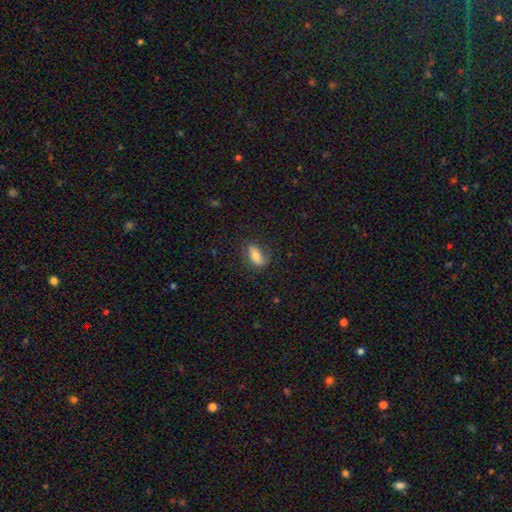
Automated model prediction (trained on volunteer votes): Smooth or featured? smooth (66%)
How rounded? in between (85%)
Merging? none (73%)